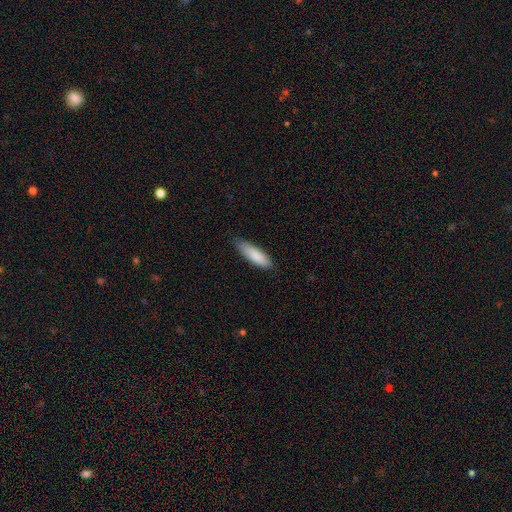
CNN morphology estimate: This is clearly a smooth galaxy (86%). How rounded: possibly cigar-shaped (53%). Merging: likely none (76%).